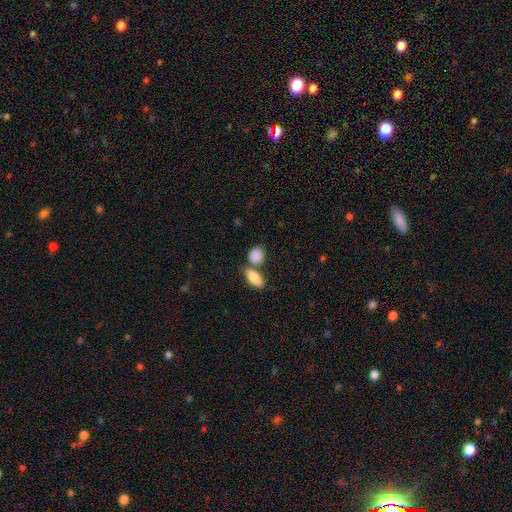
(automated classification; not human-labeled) Smooth or featured?
  - smooth: 87% *
  - star or artifact: 7%
  - featured or disk: 6%
How rounded?
  - in between: 57% *
  - round: 39%
  - cigar-shaped: 4%
Merging?
  - none: 49% *
  - merger: 36%
  - minor disturbance: 11%
  - major disturbance: 4%